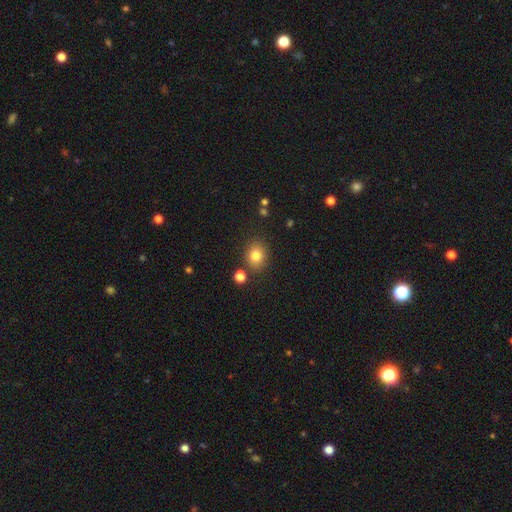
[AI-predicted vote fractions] Smooth or featured? smooth (81%)
How rounded? round (58%)
Merging? none (79%)